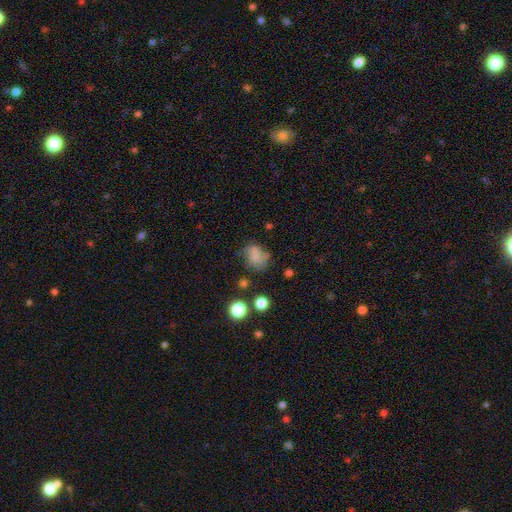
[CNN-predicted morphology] This is likely a smooth galaxy (68%). How rounded: possibly in between (55%). Merging: possibly none (50%).